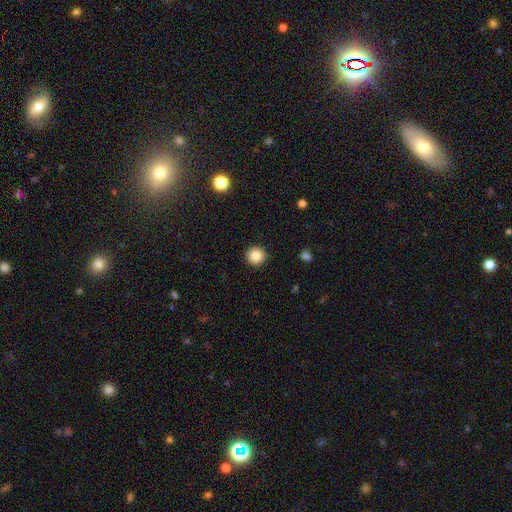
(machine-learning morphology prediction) Q: Smooth or featured?
A: smooth (85%); runner-up: star or artifact (10%)
Q: How rounded?
A: round (96%); runner-up: in between (3%)
Q: Merging?
A: none (93%); runner-up: minor disturbance (5%)